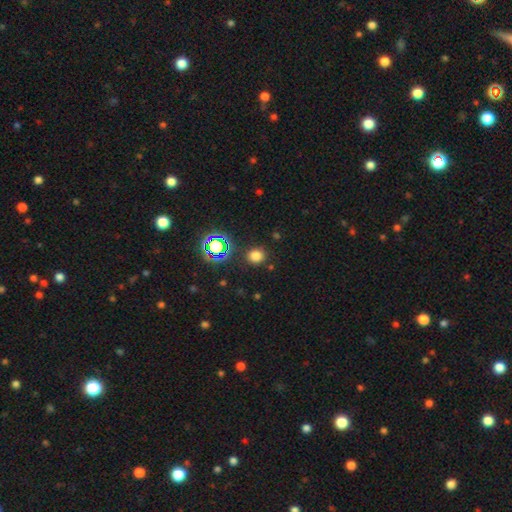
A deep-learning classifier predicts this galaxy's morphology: Smooth or featured?
  - smooth: 72% *
  - star or artifact: 22%
  - featured or disk: 5%
How rounded?
  - round: 82% *
  - in between: 17%
  - cigar-shaped: 1%
Merging?
  - none: 87% *
  - minor disturbance: 8%
  - major disturbance: 3%
  - merger: 3%